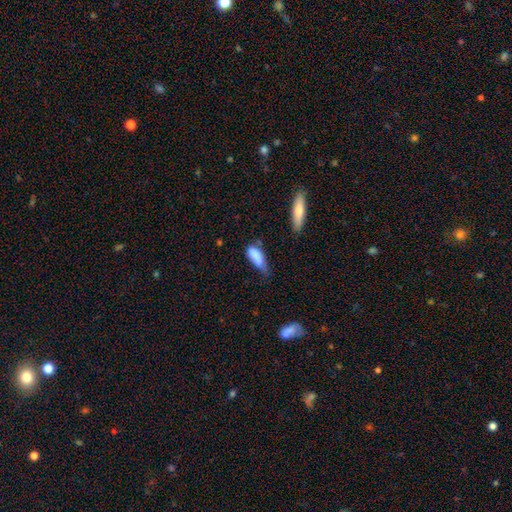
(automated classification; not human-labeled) smooth_or_featured: smooth (p=0.80) [alt: featured or disk p=0.12]
how_rounded: in between (p=0.71) [alt: cigar-shaped p=0.26]
merging: minor disturbance (p=0.44) [alt: none p=0.26]